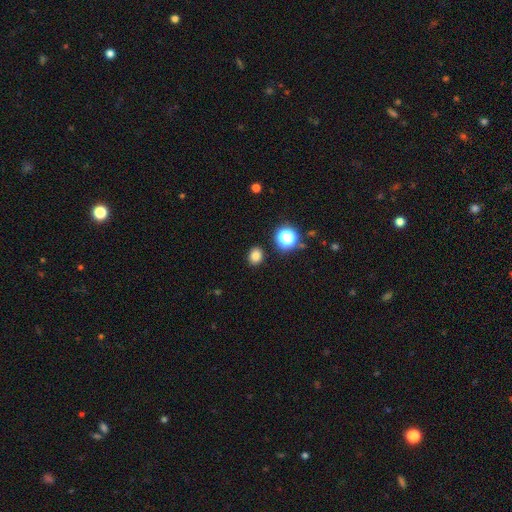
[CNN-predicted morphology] Overall: smooth (80%). How rounded: round (61%; in between 38%). Merging: none (89%).